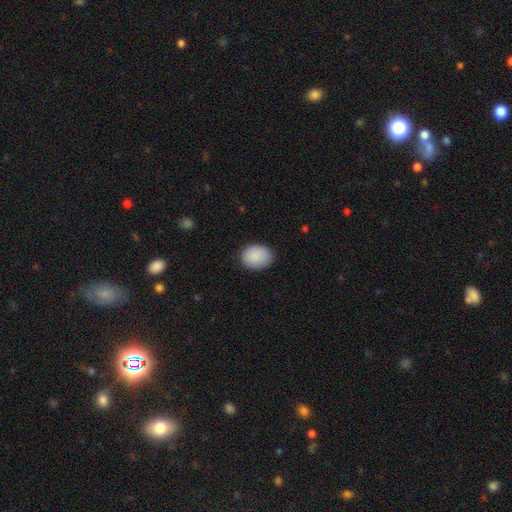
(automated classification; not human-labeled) This is clearly a smooth galaxy (89%). How rounded: likely in between (61%). Merging: clearly none (83%).